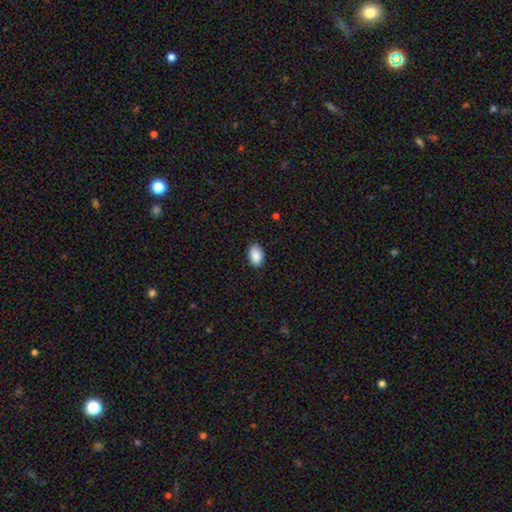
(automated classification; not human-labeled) smooth_or_featured: smooth (p=0.90) [alt: star or artifact p=0.07]
how_rounded: in between (p=0.91) [alt: round p=0.08]
merging: none (p=0.84) [alt: minor disturbance p=0.13]